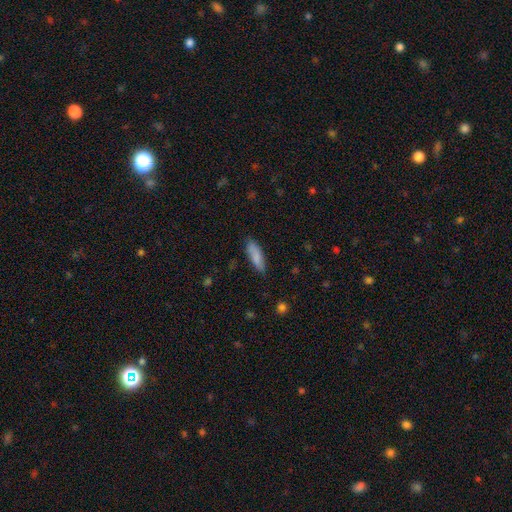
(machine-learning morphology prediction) This appears to be a smooth galaxy with no disk features (85%) that is cigar-shaped (50%). Merging: none (80%).